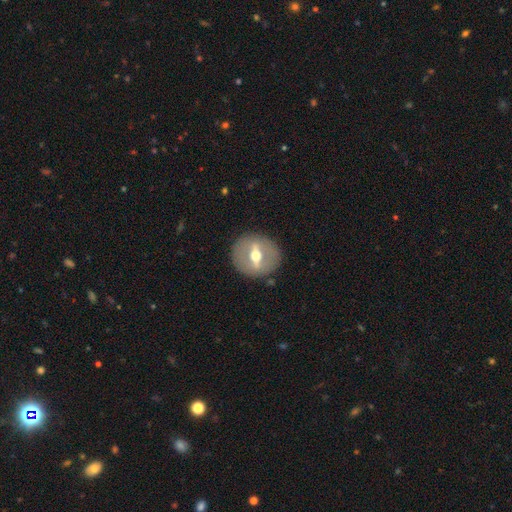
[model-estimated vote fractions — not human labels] Smooth or featured: featured or disk — 69% (smooth — 25%)
Edge-on disk: no — 68% (yes — 32%)
Merging: none — 88% (minor disturbance — 8%)